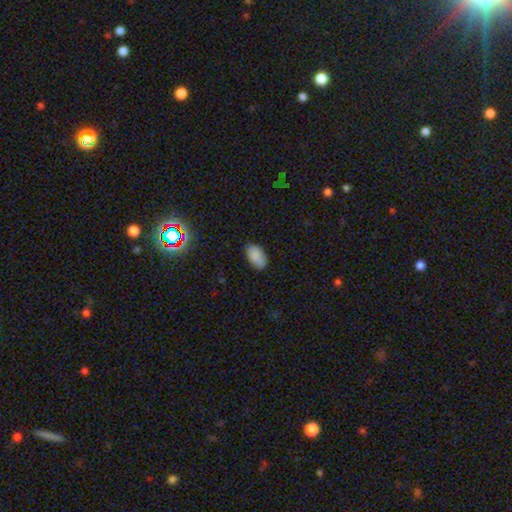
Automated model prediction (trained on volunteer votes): Smooth or featured?
  - smooth: 85% *
  - star or artifact: 9%
  - featured or disk: 6%
How rounded?
  - in between: 93% *
  - round: 5%
  - cigar-shaped: 2%
Merging?
  - none: 80% *
  - minor disturbance: 16%
  - major disturbance: 3%
  - merger: 1%